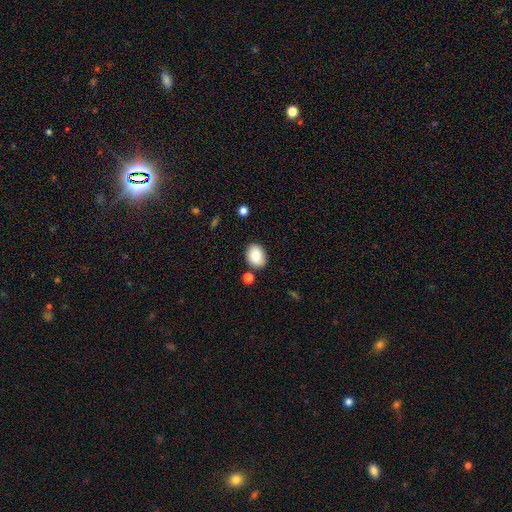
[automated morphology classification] Smooth or featured: smooth — 81% (featured or disk — 11%)
How rounded: in between — 68% (round — 31%)
Merging: none — 81% (minor disturbance — 11%)